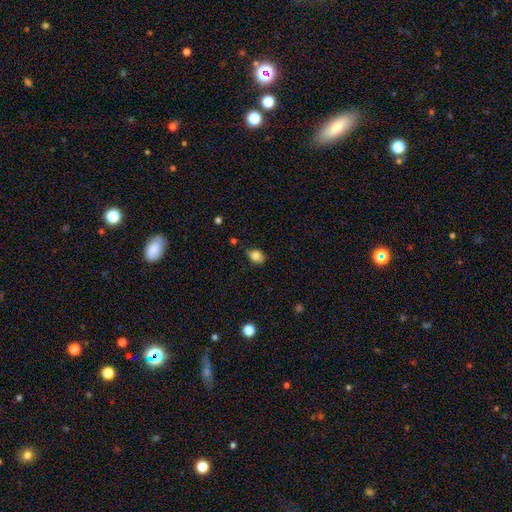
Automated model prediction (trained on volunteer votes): A smooth galaxy with no disk features (81%) that is in between round and cigar-shaped (67%).

Vote fractions:
- Smooth or featured? smooth: 81% / star or artifact: 10% / featured or disk: 10%
- How rounded? in between: 67% / round: 31% / cigar-shaped: 2%
- Merging? none: 62% / minor disturbance: 30% / major disturbance: 6% / merger: 2%